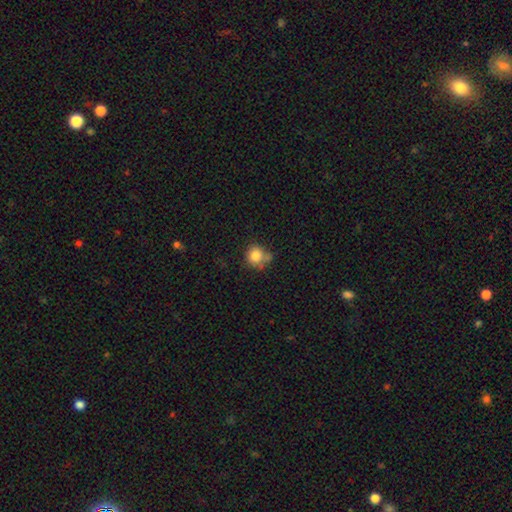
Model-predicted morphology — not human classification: smooth_or_featured: smooth (p=0.82) [alt: star or artifact p=0.10]
how_rounded: round (p=0.87) [alt: in between p=0.12]
merging: none (p=0.53) [alt: minor disturbance p=0.23]